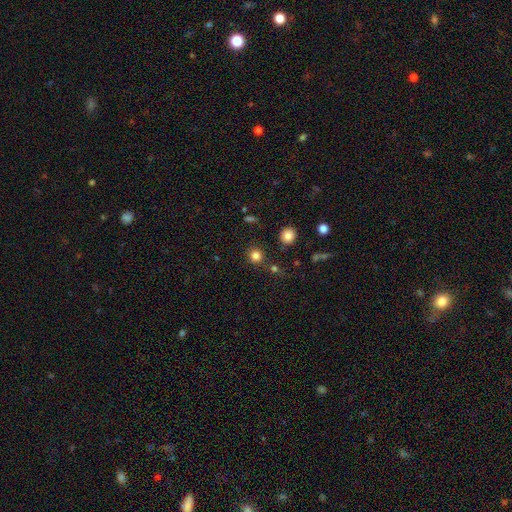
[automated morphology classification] This appears to be a smooth galaxy with no disk features (81%) that is round (91%). Merging: none (84%).